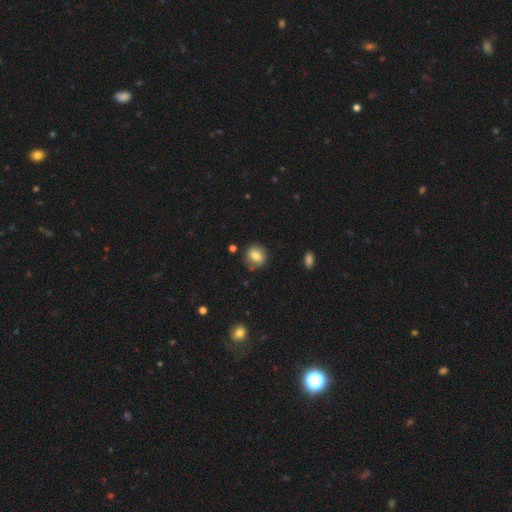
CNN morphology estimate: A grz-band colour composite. It shows a smooth galaxy with no disk features (75%) that is round (67%). Merging: none (77%).